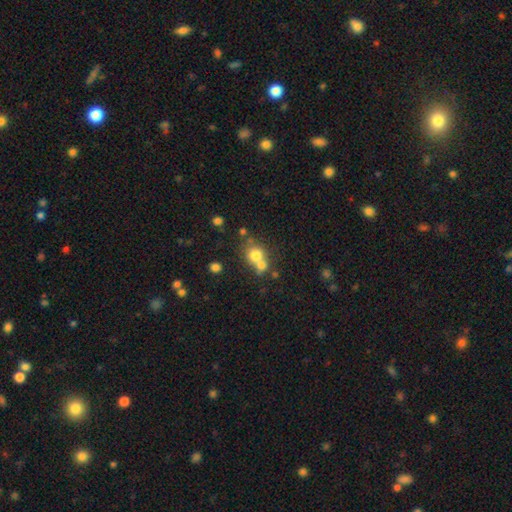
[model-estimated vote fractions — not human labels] The model was most divided on "merging": merger: 50%, none: 40%, minor disturbance: 7%, major disturbance: 4%. More confident: how rounded — round (80%); smooth or featured — smooth (72%).